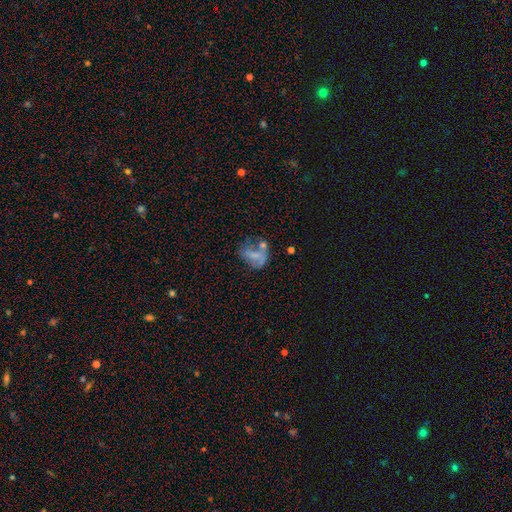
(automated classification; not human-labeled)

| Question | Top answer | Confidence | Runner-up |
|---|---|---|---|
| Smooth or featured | featured or disk | 46% | smooth (40%) |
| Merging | major disturbance | 31% | none (28%) |